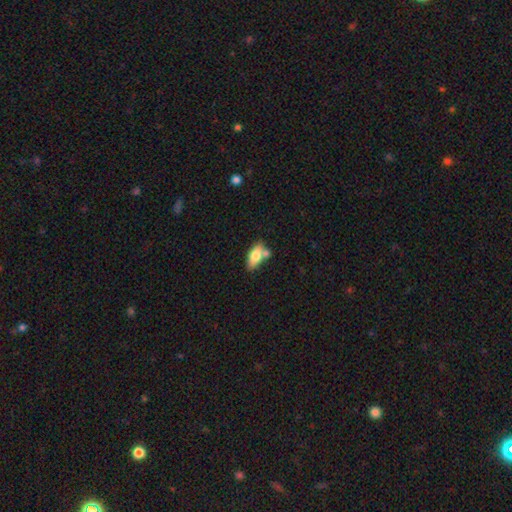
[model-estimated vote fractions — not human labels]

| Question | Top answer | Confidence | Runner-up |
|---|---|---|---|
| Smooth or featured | smooth | 73% | featured or disk (20%) |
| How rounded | in between | 84% | cigar-shaped (12%) |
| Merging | none | 55% | merger (25%) |